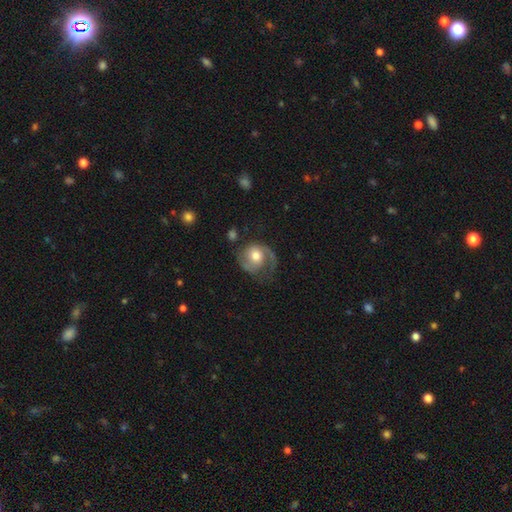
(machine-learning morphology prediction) A featured or disk galaxy (64%) with no bar (70%), 2 (52%) medium (43%) spiral arms (88%) and a moderate central bulge (62%). Merging: none (50%).